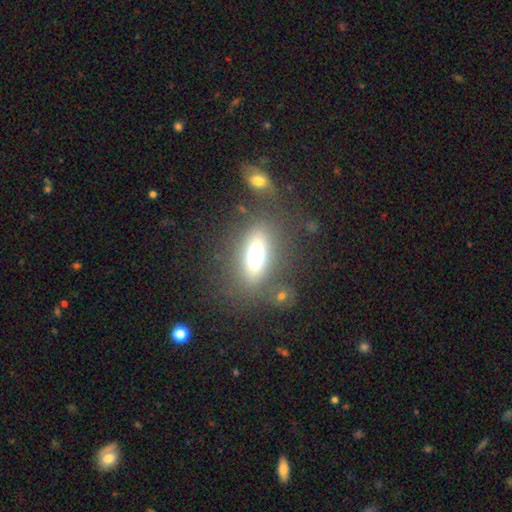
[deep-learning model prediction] smooth 62%, featured or disk 25%, star or artifact 13%. Down the decision tree: how rounded — in between (70%); merging — none (72%).